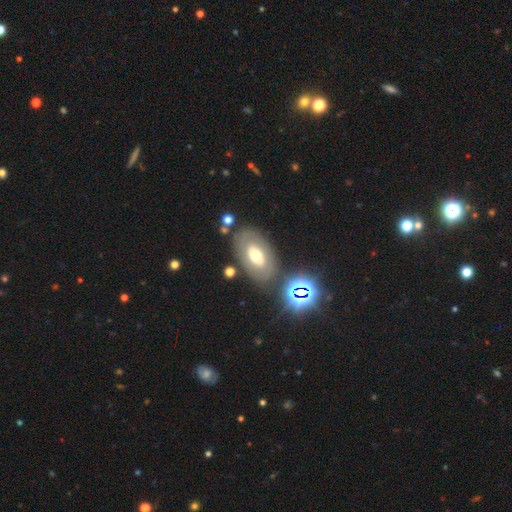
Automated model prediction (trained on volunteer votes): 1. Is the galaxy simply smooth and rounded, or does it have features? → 52% featured or disk, 37% smooth, 11% star or artifact.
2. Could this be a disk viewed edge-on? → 91% no, 9% yes.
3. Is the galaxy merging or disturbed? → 74% none, 13% minor disturbance, 6% merger, 6% major disturbance.